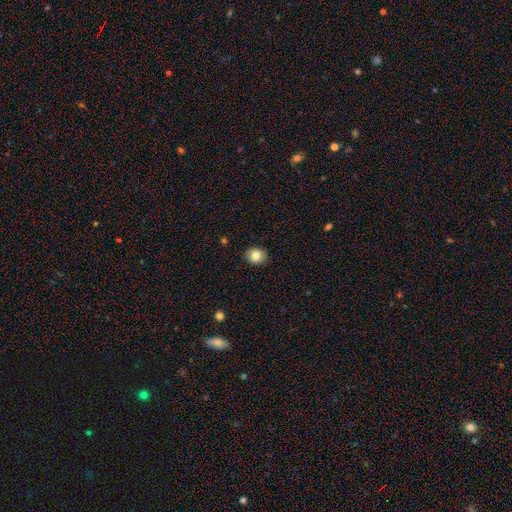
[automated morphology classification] Q: Smooth or featured?
A: smooth (82%); runner-up: star or artifact (9%)
Q: How rounded?
A: round (69%); runner-up: in between (30%)
Q: Merging?
A: none (89%); runner-up: minor disturbance (8%)